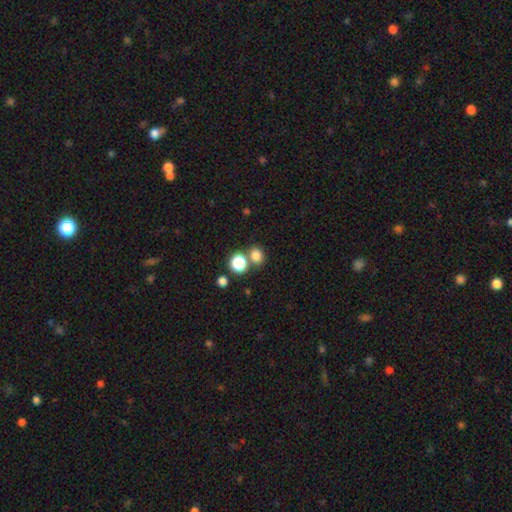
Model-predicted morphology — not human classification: A smooth galaxy with no disk features (78%) that is round (66%). Merging: none (68%).